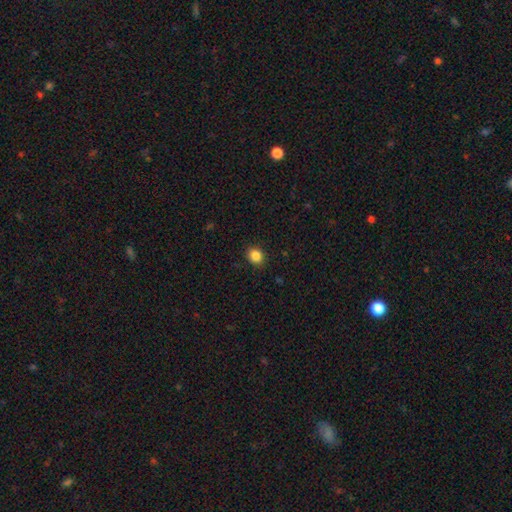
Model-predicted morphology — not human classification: A smooth galaxy with no disk features (85%) that is round (62%). Merging: none (89%).